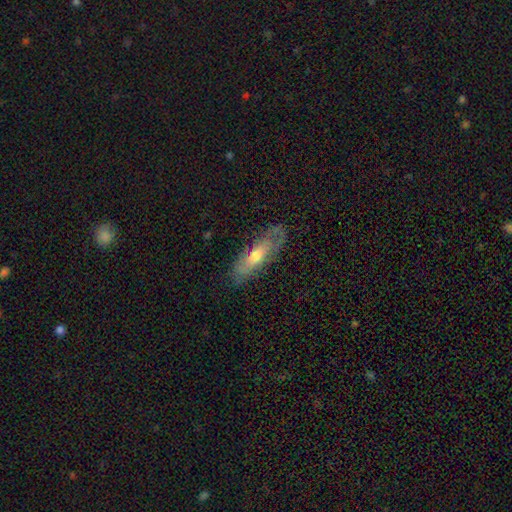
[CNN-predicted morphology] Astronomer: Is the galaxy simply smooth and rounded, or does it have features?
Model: featured or disk — 48% (runner-up: smooth, 46%).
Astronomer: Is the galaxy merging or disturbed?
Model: none — 71%.